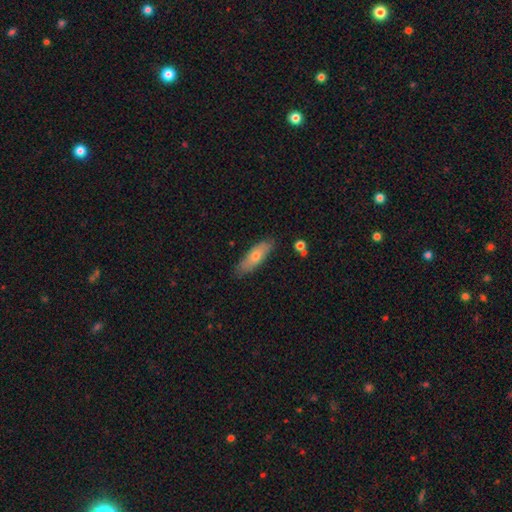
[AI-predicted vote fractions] A smooth galaxy with no disk features (64%) that is in between round and cigar-shaped (49%, tied with cigar-shaped).

Vote fractions:
- Smooth or featured? smooth: 64% / featured or disk: 29% / star or artifact: 7%
- How rounded? in between: 49% (tied) / cigar-shaped: 49% (tied) / round: 2%
- Merging? none: 84% / minor disturbance: 12% / major disturbance: 2% / merger: 2%